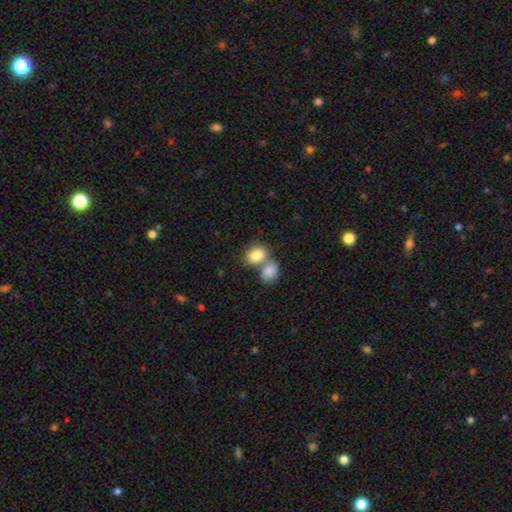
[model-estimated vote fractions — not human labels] Smooth or featured? smooth (84%)
How rounded? in between (73%)
Merging? merger (54%)